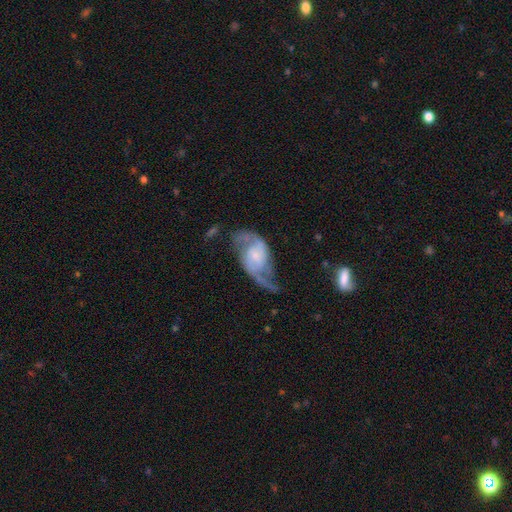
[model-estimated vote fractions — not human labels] smooth_or_featured: featured or disk (p=0.86) [alt: smooth p=0.08]
disk_edge_on: no (p=0.97) [alt: yes p=0.03]
bar: no (p=0.45) [alt: weak p=0.43]
has_spiral_arms: yes (p=0.95) [alt: no p=0.05]
spiral_winding: loose (p=0.51) [alt: medium p=0.38]
spiral_arm_count: 2 (p=0.91) [alt: can't tell p=0.03]
bulge_size: small (p=0.48) [alt: moderate p=0.22]
merging: none (p=0.53) [alt: minor disturbance p=0.22]